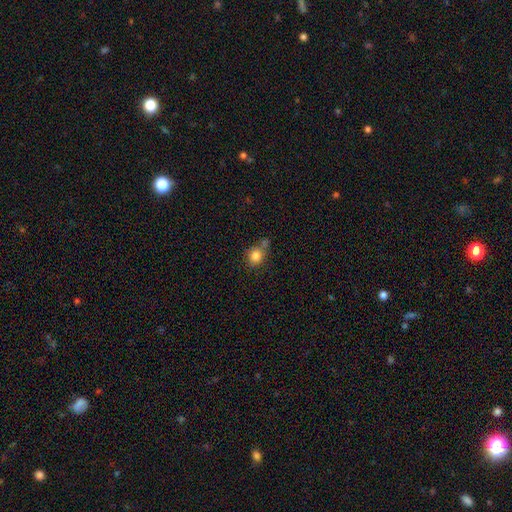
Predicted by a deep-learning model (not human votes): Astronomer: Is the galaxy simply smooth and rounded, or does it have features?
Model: smooth — 82%.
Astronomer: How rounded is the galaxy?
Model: round — 66%.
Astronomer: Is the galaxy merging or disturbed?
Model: none — 50%.